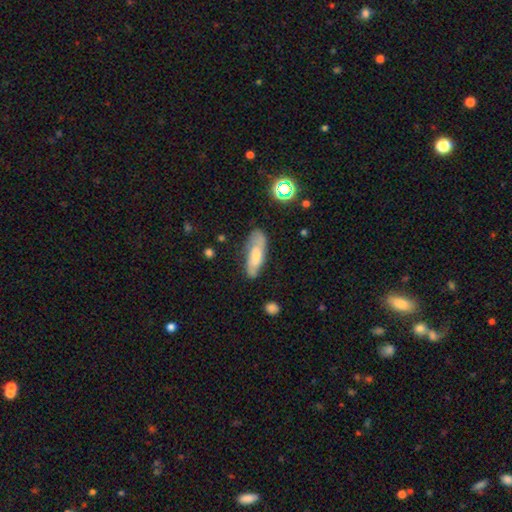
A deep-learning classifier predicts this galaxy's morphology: Smooth or featured?
  - smooth: 51% *
  - featured or disk: 40%
  - star or artifact: 9%
How rounded?
  - in between: 56% *
  - cigar-shaped: 42%
  - round: 3%
Merging?
  - none: 70% *
  - minor disturbance: 21%
  - major disturbance: 6%
  - merger: 3%